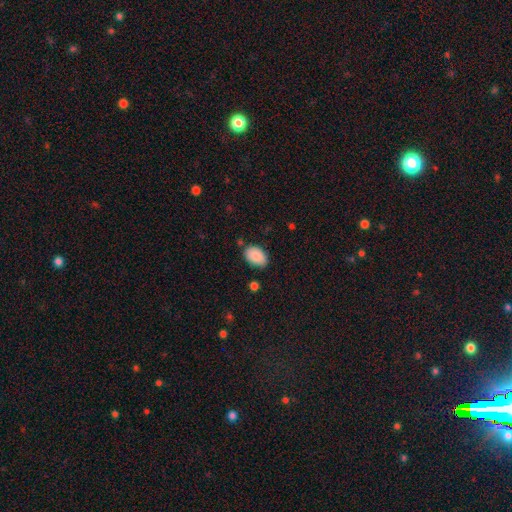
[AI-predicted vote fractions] Smooth or featured?
  - smooth: 88% *
  - star or artifact: 7%
  - featured or disk: 5%
How rounded?
  - in between: 89% *
  - round: 10%
  - cigar-shaped: 1%
Merging?
  - none: 76% *
  - minor disturbance: 17%
  - major disturbance: 3%
  - merger: 3%